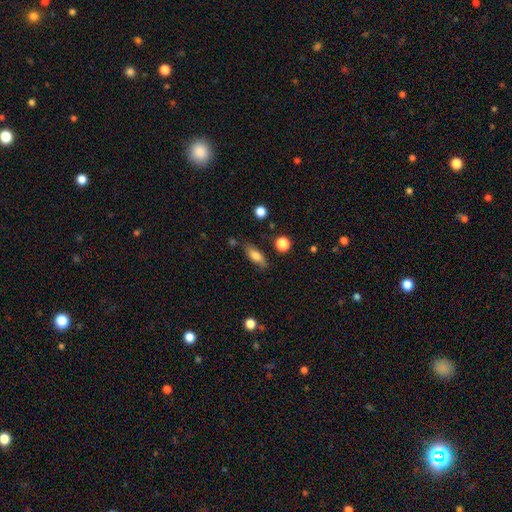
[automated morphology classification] type=smooth (73%); roundness=in between (70%); merging=none (76%).